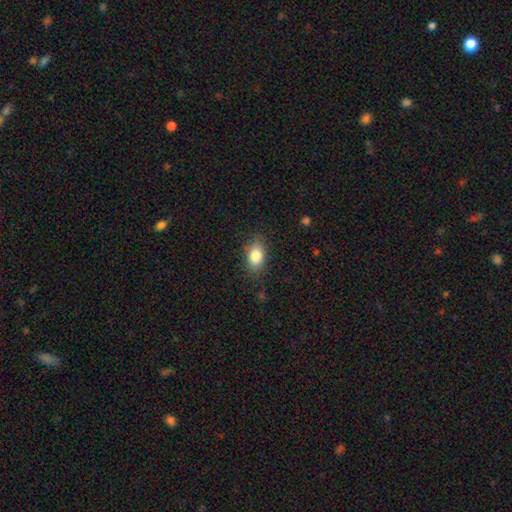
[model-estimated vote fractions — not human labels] This is clearly a smooth galaxy (83%). How rounded: clearly in between (81%). Merging: clearly none (80%).